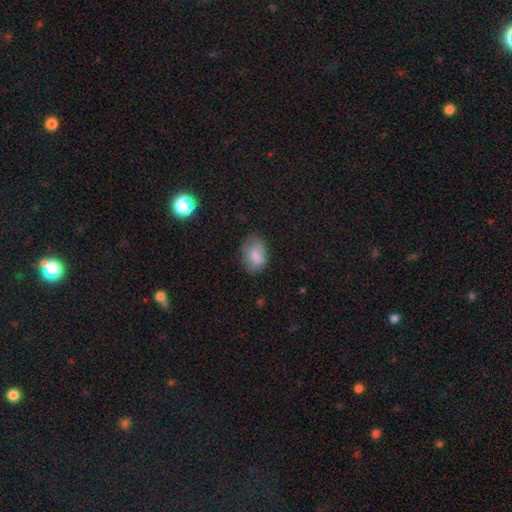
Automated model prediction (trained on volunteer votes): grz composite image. It shows a smooth galaxy with no disk features (84%) that is in between round and cigar-shaped (79%). Merging: none (67%).